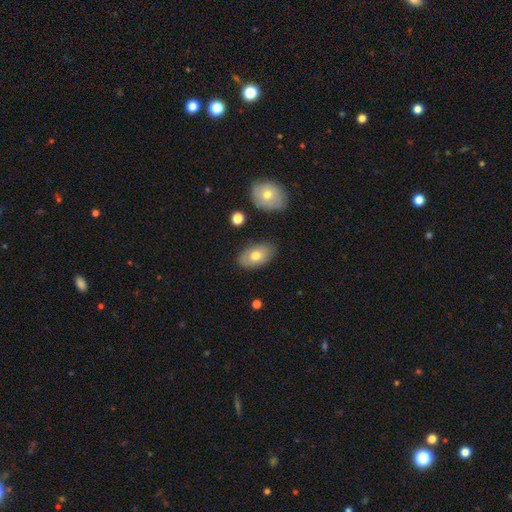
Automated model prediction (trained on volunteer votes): The model was most divided on "smooth or featured": smooth: 70%, featured or disk: 23%, star or artifact: 7%. More confident: how rounded — in between (91%); merging — none (81%).